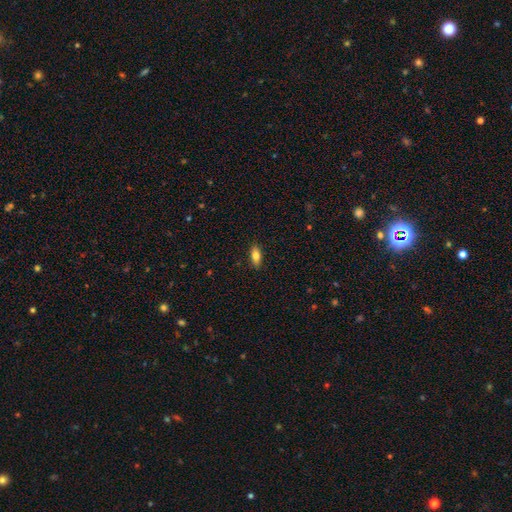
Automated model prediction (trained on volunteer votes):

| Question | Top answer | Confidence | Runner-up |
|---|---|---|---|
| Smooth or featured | smooth | 80% | featured or disk (12%) |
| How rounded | in between | 83% | cigar-shaped (14%) |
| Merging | none | 88% | minor disturbance (9%) |